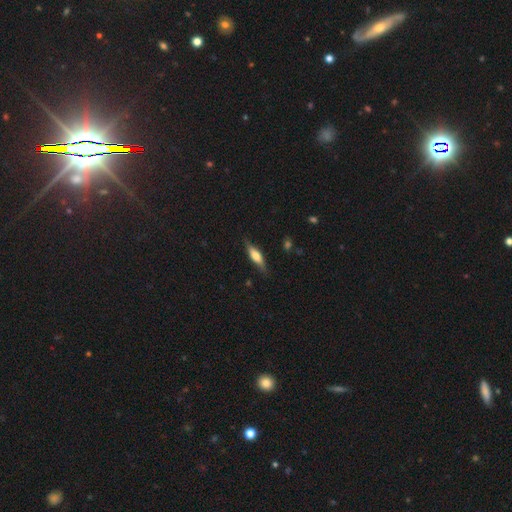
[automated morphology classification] smooth-or-featured: smooth: 53% | featured or disk: 40% | star or artifact: 6%
  how-rounded: cigar-shaped: 58% | in between: 39% | round: 2%
  merging: none: 79% | minor disturbance: 16% | major disturbance: 3% | merger: 1%